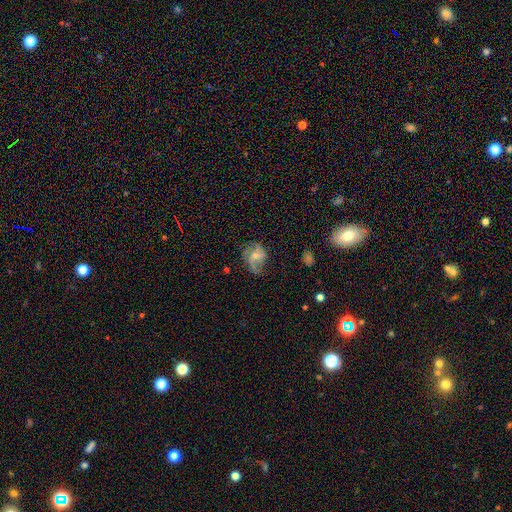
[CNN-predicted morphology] A featured or disk galaxy (66%) with no bar (52%), 2 (60%) medium (46%) spiral arms (90%) and a small central bulge (47%).

Vote fractions:
- Smooth or featured? featured or disk: 66% / smooth: 21% / star or artifact: 12%
- Edge-on disk? no: 97% / yes: 3%
- Bar? no: 52% / weak: 39% / strong: 9%
- Spiral arms? yes: 90% / no: 10%
- Spiral winding? medium: 46% / loose: 32% / tight: 22%
- Spiral arm count? 2: 60% / can't tell: 16% / 3: 9% / 1: 9% / 4: 3% / more than 4: 2%
- Bulge size? small: 47% / moderate: 43% / none: 6% / large: 3% / dominant: 1%
- Merging? none: 62% / minor disturbance: 22% / major disturbance: 14% / merger: 2%